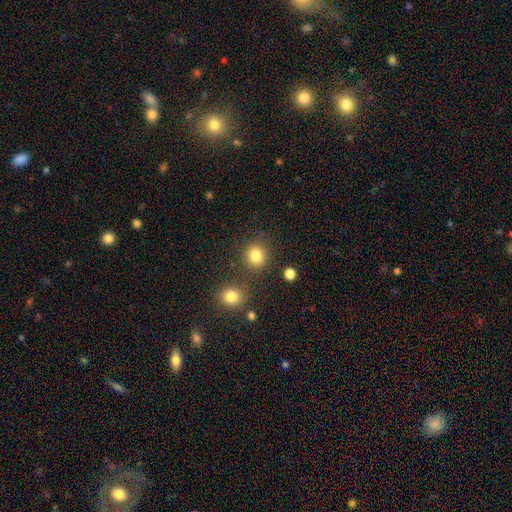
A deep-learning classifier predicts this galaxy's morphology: The model was most divided on "how rounded": round: 80%, in between: 19%, cigar-shaped: 1%. More confident: smooth or featured — smooth (83%); merging — none (79%).